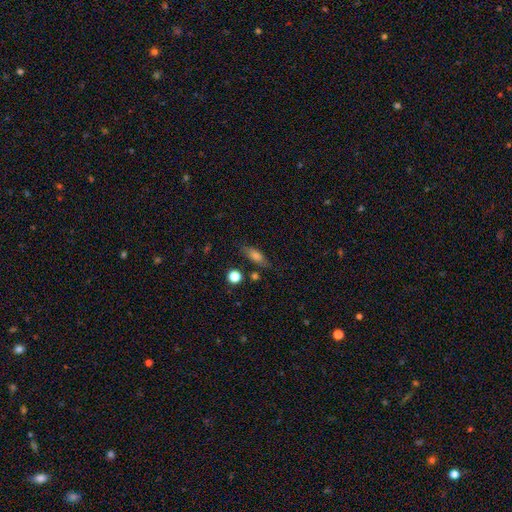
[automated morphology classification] The model was most divided on "how rounded": in between: 63%, cigar-shaped: 31%, round: 7%. More confident: merging — none (75%); smooth or featured — smooth (68%).